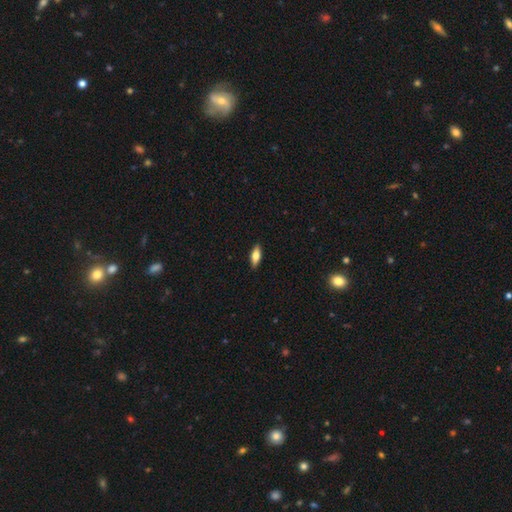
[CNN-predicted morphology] The model was most divided on "smooth or featured": smooth: 63%, featured or disk: 30%, star or artifact: 6%. More confident: merging — none (89%); how rounded — in between (65%).